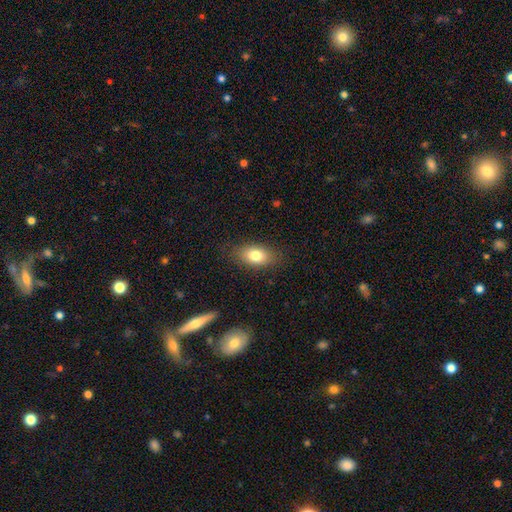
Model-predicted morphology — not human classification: This is likely a smooth galaxy (79%). How rounded: clearly in between (85%). Merging: clearly none (84%).